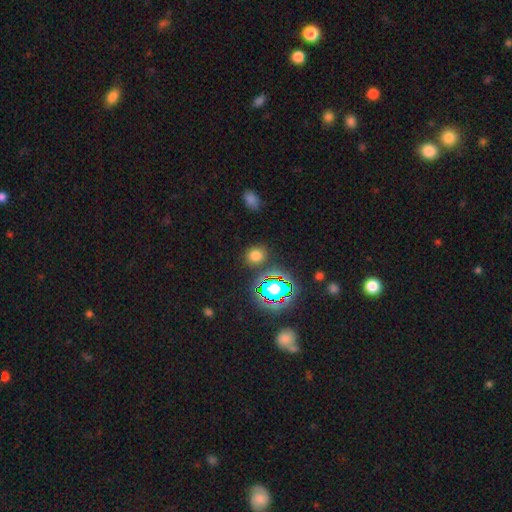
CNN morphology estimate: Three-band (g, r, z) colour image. It shows a smooth galaxy with no disk features (69%) that is round (70%). Merging: none (83%).